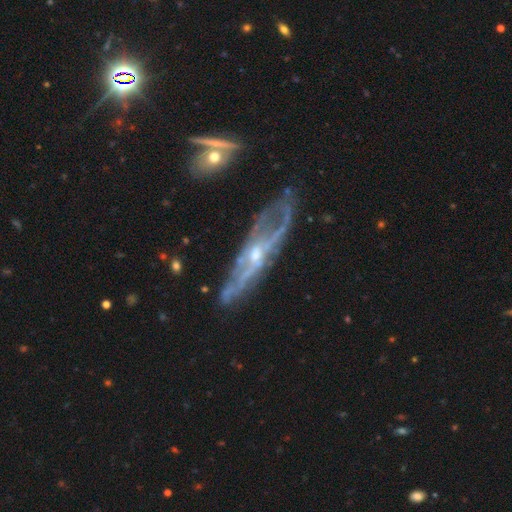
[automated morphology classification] featured or disk 82%, smooth 11%, star or artifact 7%. Down the decision tree: edge-on disk — no (56%); merging — none (64%).